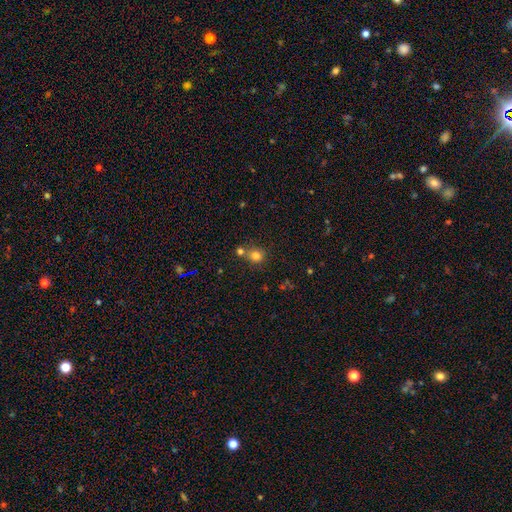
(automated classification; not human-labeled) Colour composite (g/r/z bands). It shows a smooth galaxy with no disk features (79%) that is round (84%). Merging: none (59%).